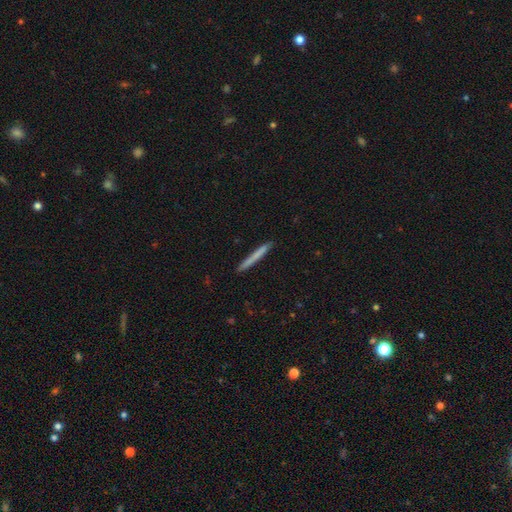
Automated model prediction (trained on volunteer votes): This appears to be a smooth galaxy with no disk features (69%) that is cigar-shaped (97%). Merging: none (92%).